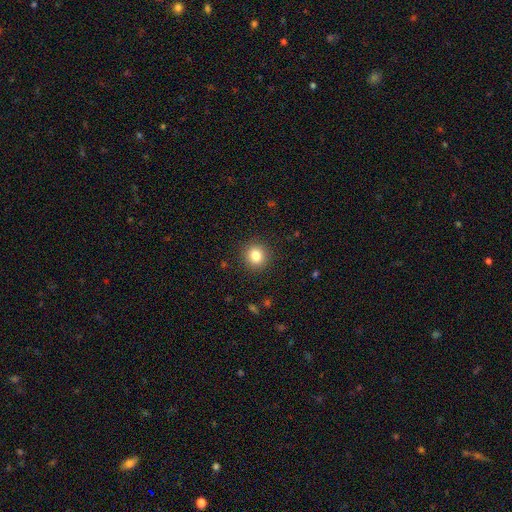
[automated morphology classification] Smooth or featured?
  - smooth: 82% *
  - star or artifact: 11%
  - featured or disk: 7%
How rounded?
  - round: 88% *
  - in between: 11%
  - cigar-shaped: 1%
Merging?
  - none: 90% *
  - minor disturbance: 6%
  - major disturbance: 2%
  - merger: 1%